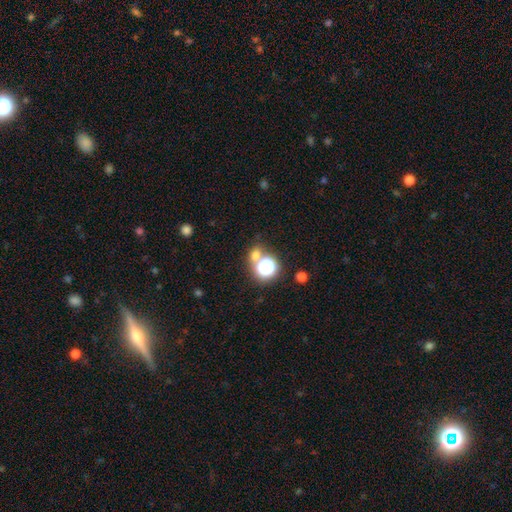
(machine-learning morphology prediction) smooth-or-featured: smooth: 60% | star or artifact: 32% | featured or disk: 8%
  how-rounded: round: 73% | in between: 25% | cigar-shaped: 2%
  merging: none: 62% | merger: 24% | minor disturbance: 9% | major disturbance: 5%